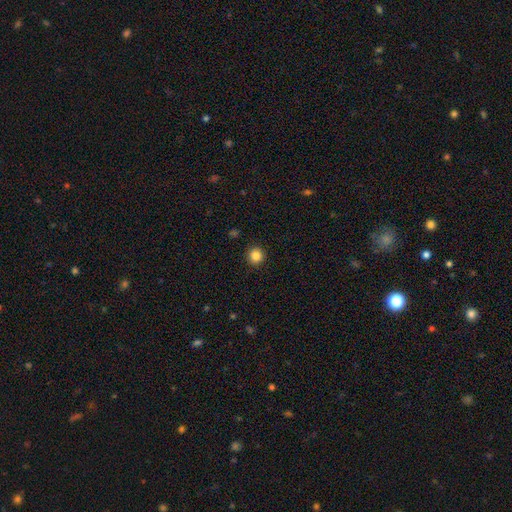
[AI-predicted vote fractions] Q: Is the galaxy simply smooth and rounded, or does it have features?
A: smooth — 85%.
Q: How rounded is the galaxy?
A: round — 94%.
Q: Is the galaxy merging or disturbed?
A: none — 93%.